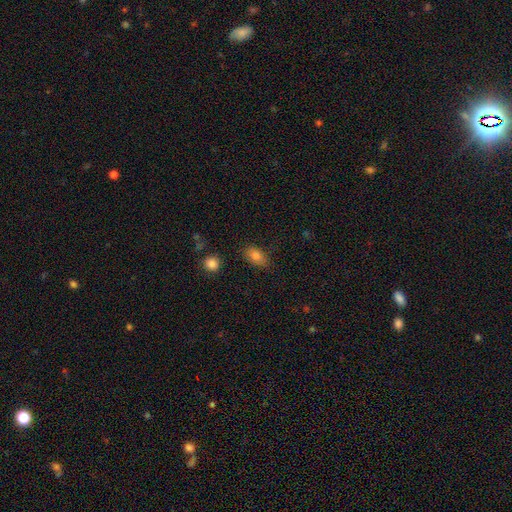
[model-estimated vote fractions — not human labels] This is clearly a smooth galaxy (83%). How rounded: clearly in between (86%). Merging: likely none (80%).